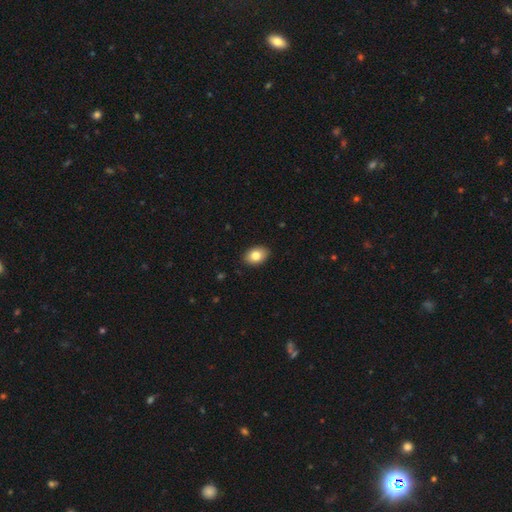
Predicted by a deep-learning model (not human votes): Smooth or featured: smooth — 82% (featured or disk — 9%)
How rounded: in between — 80% (round — 19%)
Merging: none — 89% (minor disturbance — 8%)